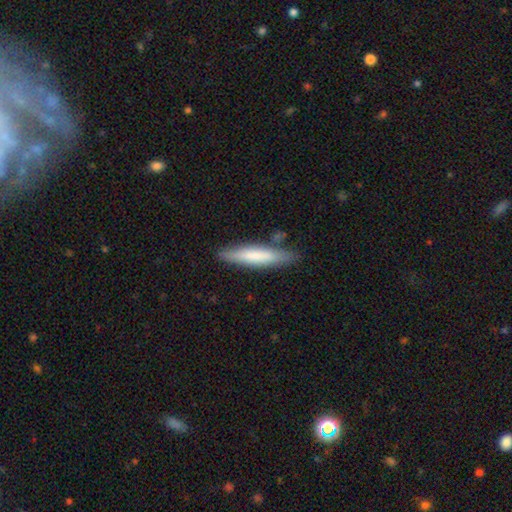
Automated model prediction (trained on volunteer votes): This appears to be a smooth galaxy with no disk features (68%) that is cigar-shaped (88%). Merging: none (80%).